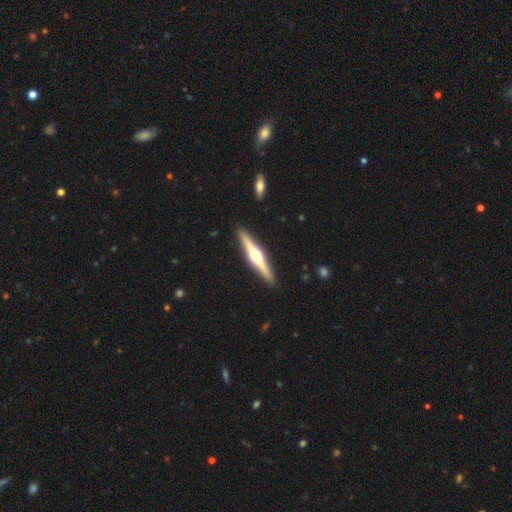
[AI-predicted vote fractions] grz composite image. It shows a featured or disk galaxy (76%) viewed edge-on (98%) with a rounded central bulge (95%). Merging: none (92%).